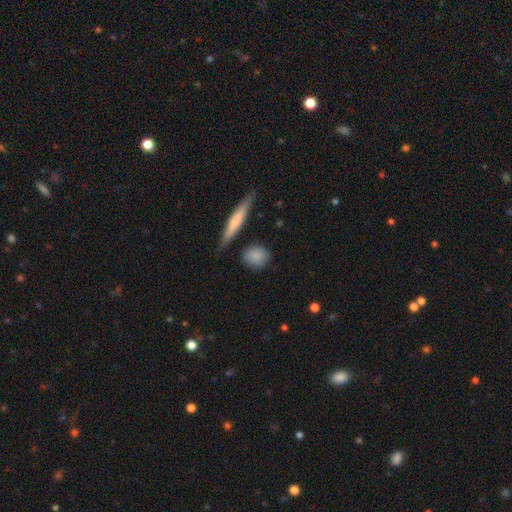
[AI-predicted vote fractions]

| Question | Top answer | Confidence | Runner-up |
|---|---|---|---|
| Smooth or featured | smooth | 83% | featured or disk (10%) |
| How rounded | round | 55% | in between (36%) |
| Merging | none | 79% | minor disturbance (13%) |